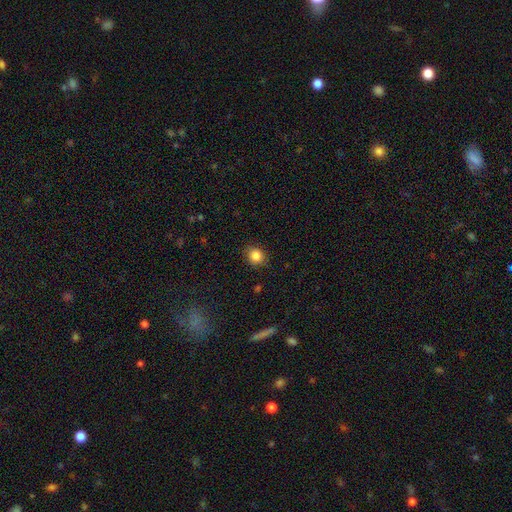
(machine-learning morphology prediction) This appears to be a smooth galaxy with no disk features (86%) that is round (79%). Merging: none (86%).